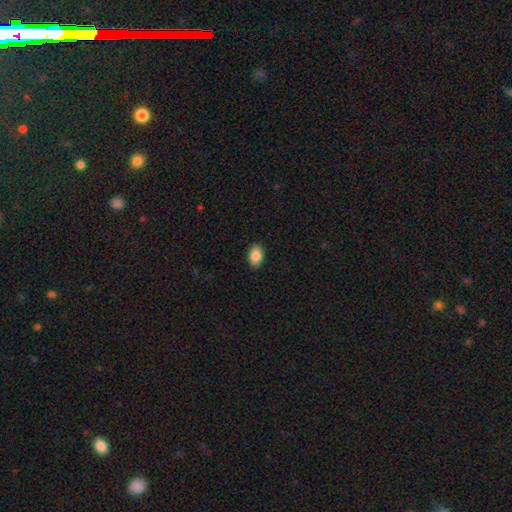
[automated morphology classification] Smooth or featured?
  - smooth: 89% *
  - star or artifact: 7%
  - featured or disk: 4%
How rounded?
  - in between: 90% *
  - round: 8%
  - cigar-shaped: 1%
Merging?
  - none: 87% *
  - minor disturbance: 10%
  - major disturbance: 2%
  - merger: 1%